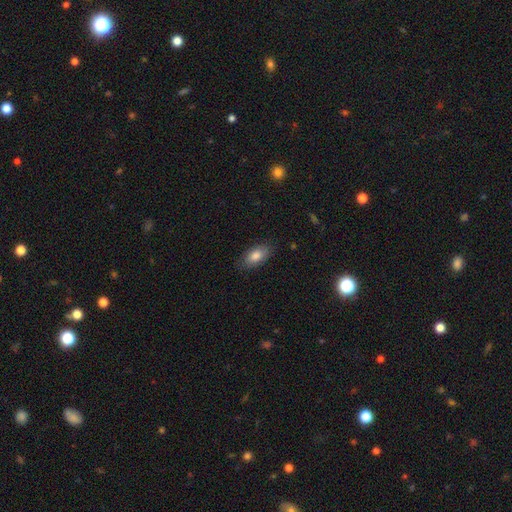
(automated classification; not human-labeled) A smooth galaxy with no disk features (82%) that is in between round and cigar-shaped (91%). Merging: none (81%).